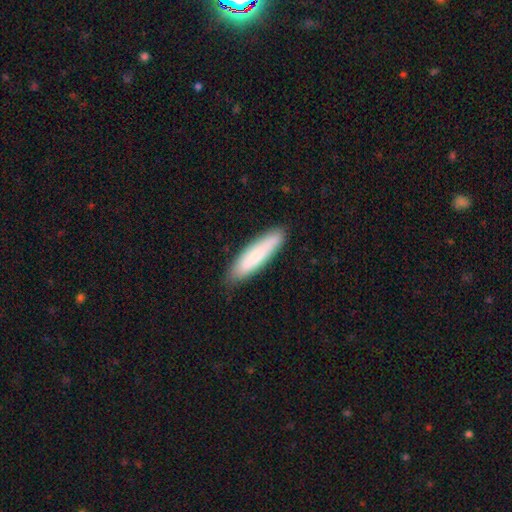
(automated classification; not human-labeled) Q: Smooth or featured?
A: smooth (78%); runner-up: featured or disk (16%)
Q: How rounded?
A: cigar-shaped (76%); runner-up: in between (23%)
Q: Merging?
A: none (84%); runner-up: minor disturbance (12%)